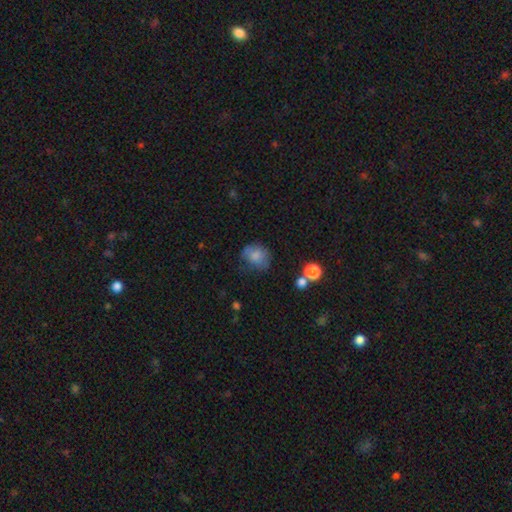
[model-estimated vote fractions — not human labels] smooth 77%, featured or disk 13%, star or artifact 10%. Down the decision tree: how rounded — round (58%); merging — none (53%).